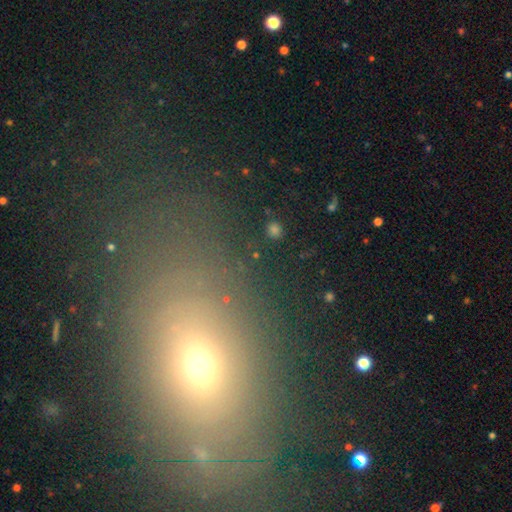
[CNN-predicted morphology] smooth-or-featured: smooth: 44% | star or artifact: 43% | featured or disk: 13%
  merging: none: 83% | minor disturbance: 8% | major disturbance: 5% | merger: 4%